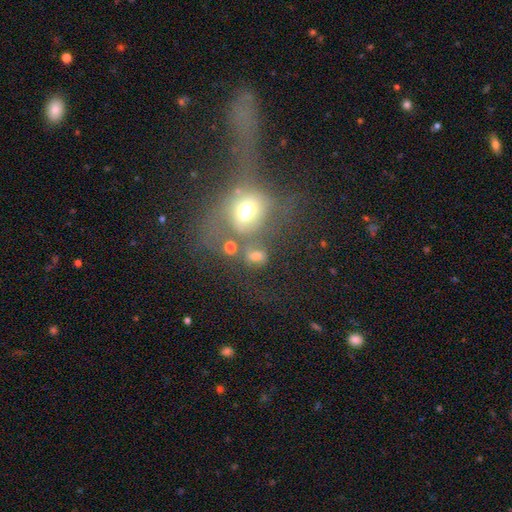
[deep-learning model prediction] smooth_or_featured: smooth (p=0.58) [alt: featured or disk p=0.23]
how_rounded: round (p=0.49) [tied with: in between p=0.49]
merging: merger (p=0.37) [alt: none p=0.34]